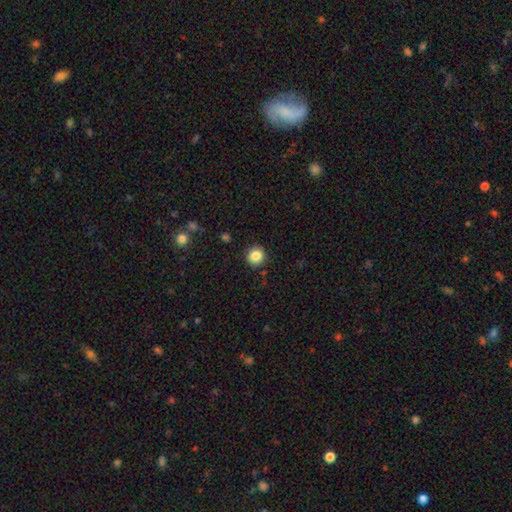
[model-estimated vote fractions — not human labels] Smooth or featured? Predicted: smooth (p=0.85). How rounded? Predicted: round (p=0.93). Merging? Predicted: none (p=0.90).